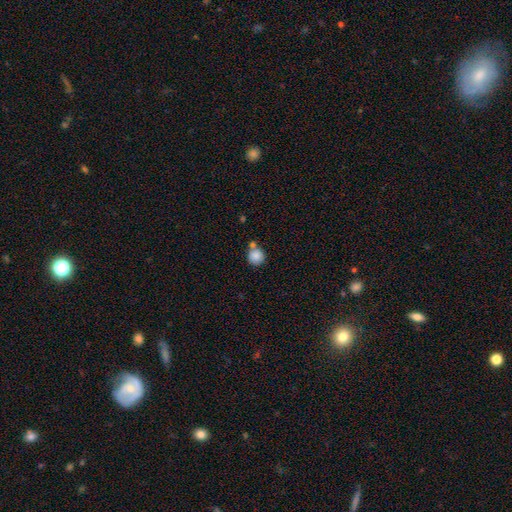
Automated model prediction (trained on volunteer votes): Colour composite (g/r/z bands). It shows a smooth galaxy with no disk features (85%) that is round (92%). Merging: none (60%).